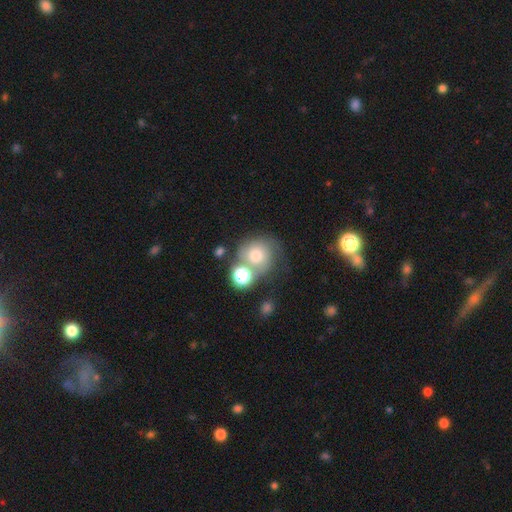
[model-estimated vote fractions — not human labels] A smooth galaxy with no disk features (60%) that is round (81%).

Vote fractions:
- Smooth or featured? smooth: 60% / featured or disk: 28% / star or artifact: 12%
- How rounded? round: 81% / in between: 18% / cigar-shaped: 1%
- Merging? none: 39% / merger: 34% / minor disturbance: 16% / major disturbance: 11%